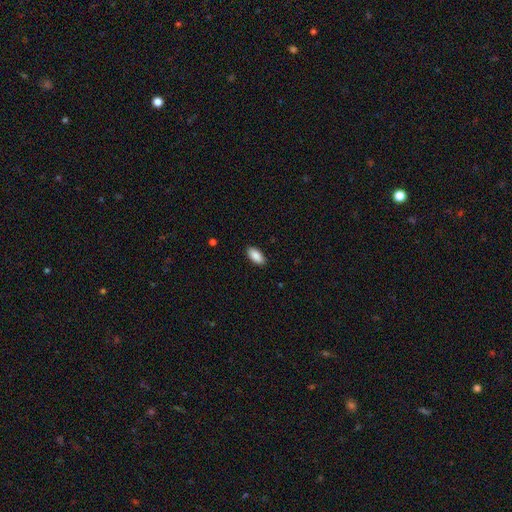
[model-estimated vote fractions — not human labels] A smooth galaxy with no disk features (89%) that is in between round and cigar-shaped (92%).

Vote fractions:
- Smooth or featured? smooth: 89% / star or artifact: 6% / featured or disk: 4%
- How rounded? in between: 92% / cigar-shaped: 6% / round: 2%
- Merging? none: 90% / minor disturbance: 8% / major disturbance: 2% / merger: 1%